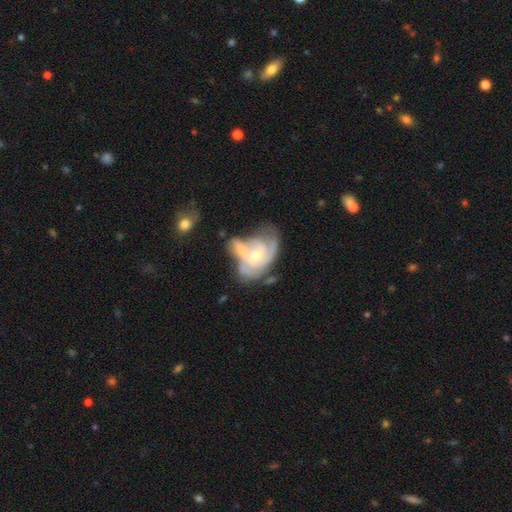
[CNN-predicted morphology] Smooth or featured? featured or disk (79%)
Edge-on disk? no (96%)
Bar? no (61%)
Spiral arms? yes (88%)
Spiral winding? tight (53%)
Spiral arm count? 2 (36%)
Bulge size? moderate (50%)
Merging? merger (50%)